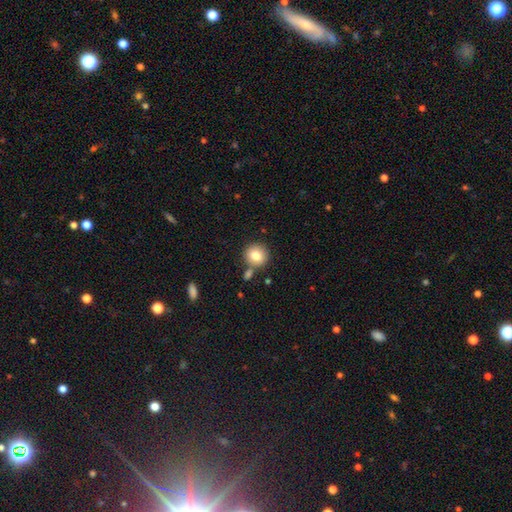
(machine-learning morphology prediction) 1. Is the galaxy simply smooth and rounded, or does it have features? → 80% smooth, 10% featured or disk, 9% star or artifact.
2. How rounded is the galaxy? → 89% round, 10% in between, 1% cigar-shaped.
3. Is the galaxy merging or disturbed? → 74% none, 14% merger, 10% minor disturbance, 3% major disturbance.